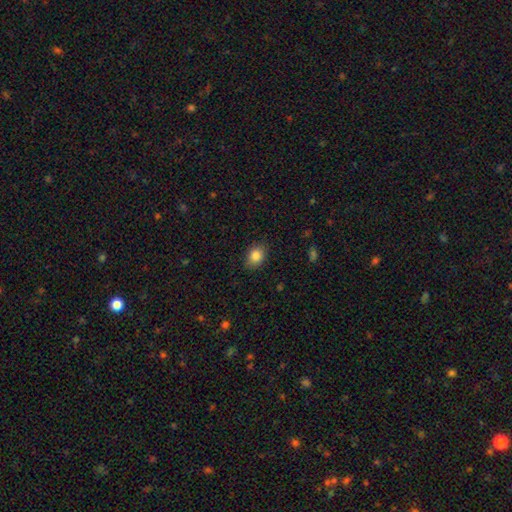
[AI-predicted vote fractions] smooth 85%, star or artifact 9%, featured or disk 6%. Down the decision tree: how rounded — in between (60%); merging — none (85%).